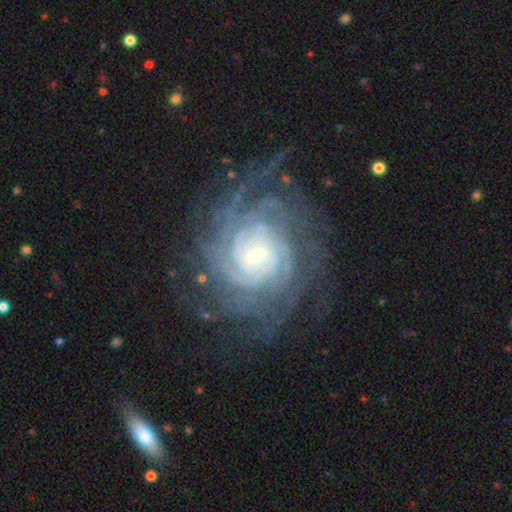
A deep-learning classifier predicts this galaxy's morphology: type=featured or disk (91%); edge-on=no (97%); bar=no (47%); spiral arms=yes (98%); winding=tight (79%); arm count=more than 4 (29%); bulge=small (70%); merging=none (74%).